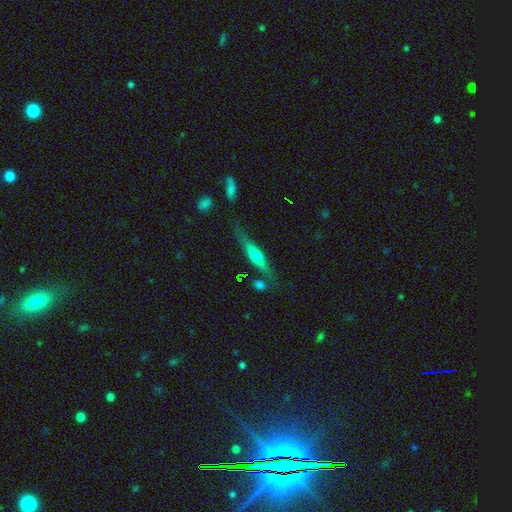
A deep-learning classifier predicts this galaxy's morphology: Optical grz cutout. It shows a featured or disk galaxy (54%) viewed edge-on (93%) with a rounded central bulge (77%). Merging: none (72%).